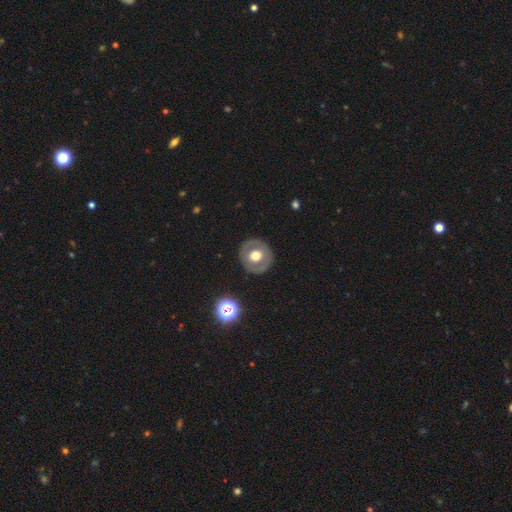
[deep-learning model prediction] Smooth or featured? smooth (48%)
Merging? none (86%)